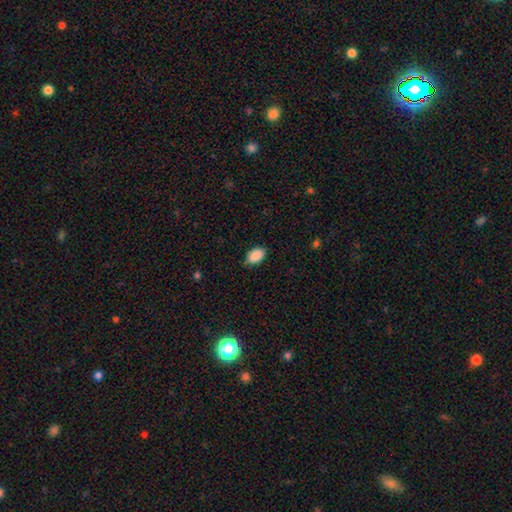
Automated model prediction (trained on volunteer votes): smooth_or_featured: smooth (p=0.89) [alt: star or artifact p=0.07]
how_rounded: in between (p=0.89) [alt: round p=0.09]
merging: none (p=0.74) [alt: minor disturbance p=0.22]